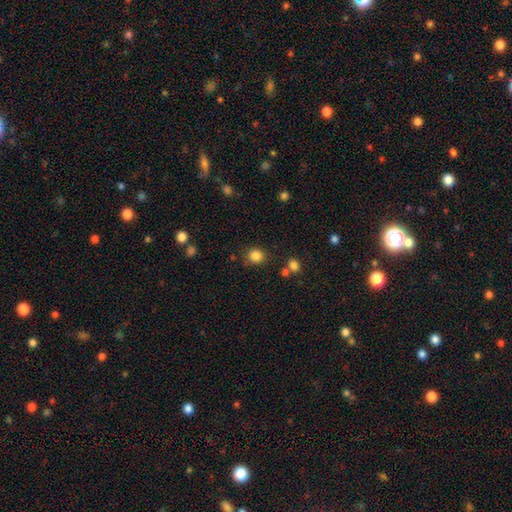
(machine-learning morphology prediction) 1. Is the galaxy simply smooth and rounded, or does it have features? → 84% smooth, 11% star or artifact, 4% featured or disk.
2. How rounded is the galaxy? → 80% round, 19% in between, 1% cigar-shaped.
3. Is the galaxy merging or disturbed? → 80% none, 11% minor disturbance, 5% merger, 4% major disturbance.